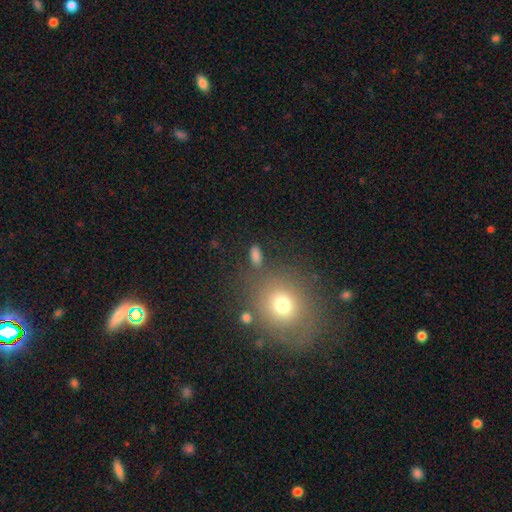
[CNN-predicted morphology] The model was most divided on "how rounded": in between: 62%, round: 31%, cigar-shaped: 7%. More confident: merging — none (76%); smooth or featured — smooth (69%).